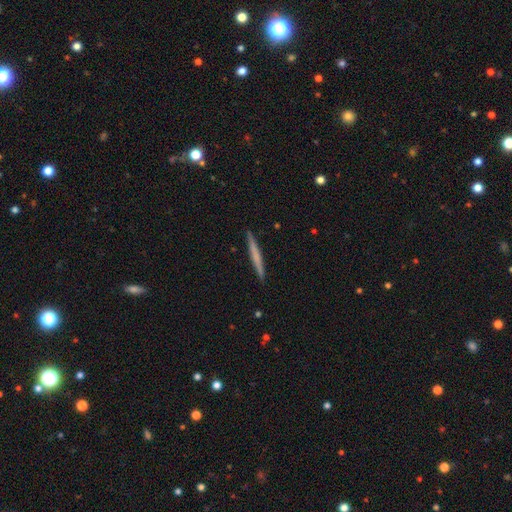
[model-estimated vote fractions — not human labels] smooth 52%, featured or disk 42%, star or artifact 6%. Down the decision tree: how rounded — cigar-shaped (97%); merging — none (92%).